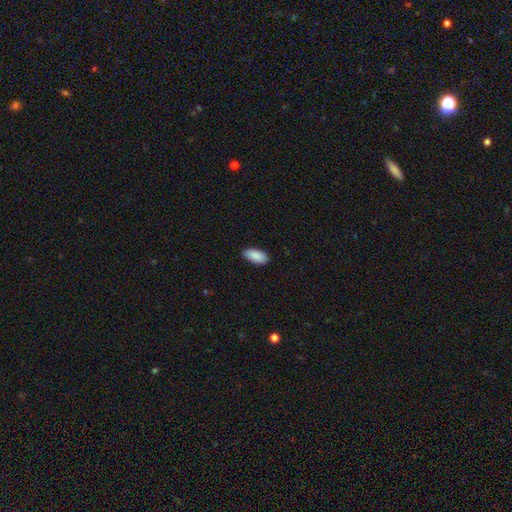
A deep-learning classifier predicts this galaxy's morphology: A smooth galaxy with no disk features (90%) that is in between round and cigar-shaped (93%). Merging: none (88%).